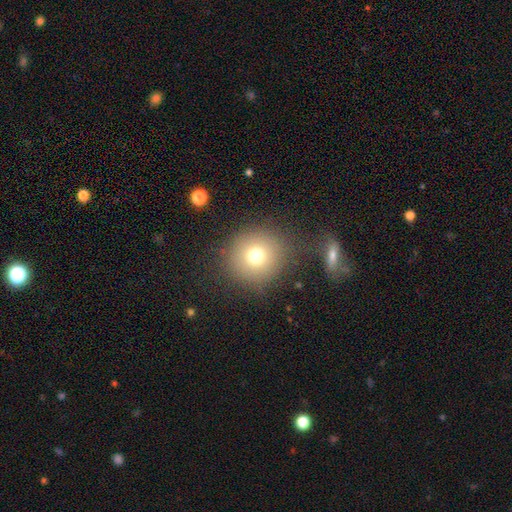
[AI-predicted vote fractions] smooth_or_featured: smooth (p=0.72) [alt: star or artifact p=0.16]
how_rounded: round (p=0.93) [alt: in between p=0.06]
merging: none (p=0.83) [alt: minor disturbance p=0.08]